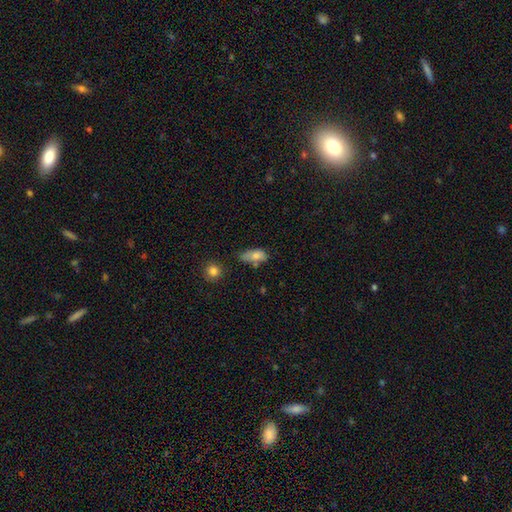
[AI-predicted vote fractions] Smooth or featured? smooth (74%)
How rounded? in between (85%)
Merging? none (44%)